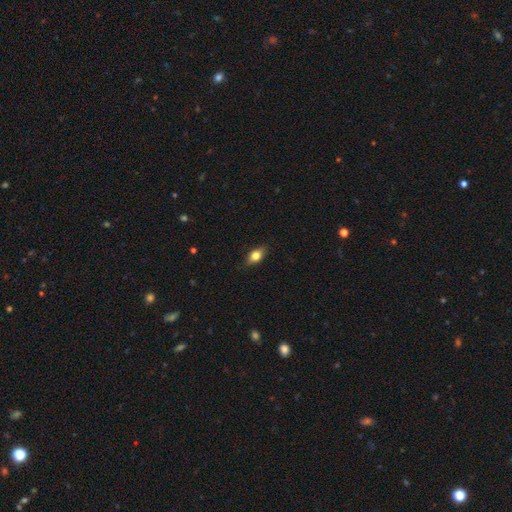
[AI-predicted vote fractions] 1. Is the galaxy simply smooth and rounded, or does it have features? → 77% smooth, 15% featured or disk, 8% star or artifact.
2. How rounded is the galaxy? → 83% in between, 10% round, 7% cigar-shaped.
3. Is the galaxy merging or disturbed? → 84% none, 13% minor disturbance, 3% major disturbance, 1% merger.